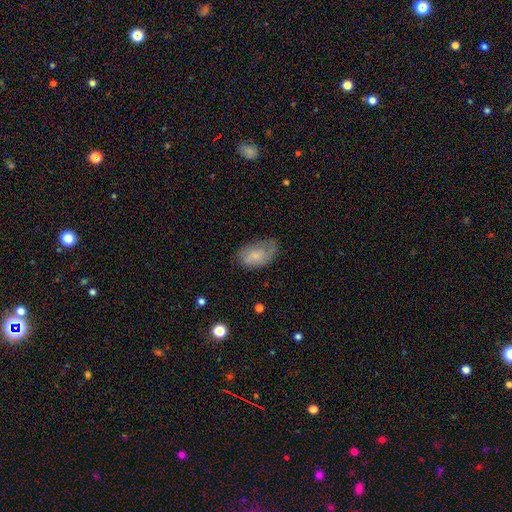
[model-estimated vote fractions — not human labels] Morphology: type=smooth (60%); roundness=in between (91%); merging=none (55%).